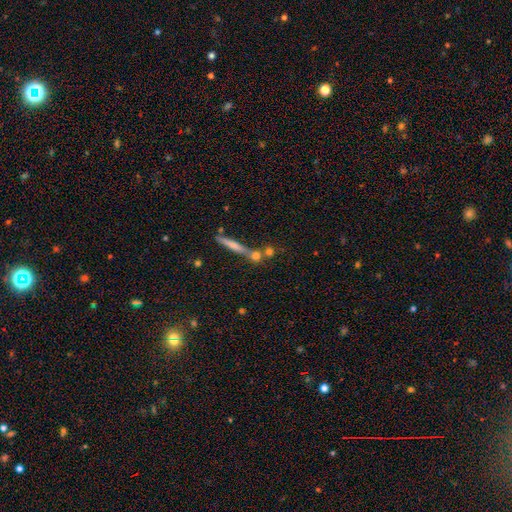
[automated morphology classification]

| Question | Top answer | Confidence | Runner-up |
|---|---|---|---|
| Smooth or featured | smooth | 62% | featured or disk (24%) |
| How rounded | round | 56% | cigar-shaped (31%) |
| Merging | none | 56% | merger (31%) |